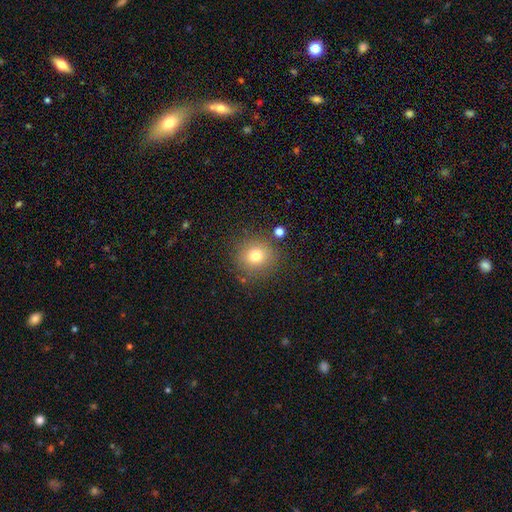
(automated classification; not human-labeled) The model was most divided on "smooth or featured": smooth: 76%, star or artifact: 14%, featured or disk: 10%. More confident: how rounded — round (90%); merging — none (83%).